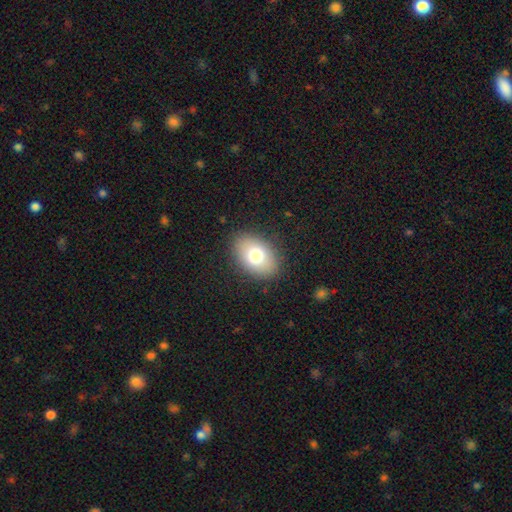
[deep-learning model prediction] Smooth or featured?
  - smooth: 76% *
  - featured or disk: 15%
  - star or artifact: 9%
How rounded?
  - in between: 82% *
  - round: 17%
  - cigar-shaped: 1%
Merging?
  - none: 86% *
  - minor disturbance: 10%
  - major disturbance: 3%
  - merger: 1%